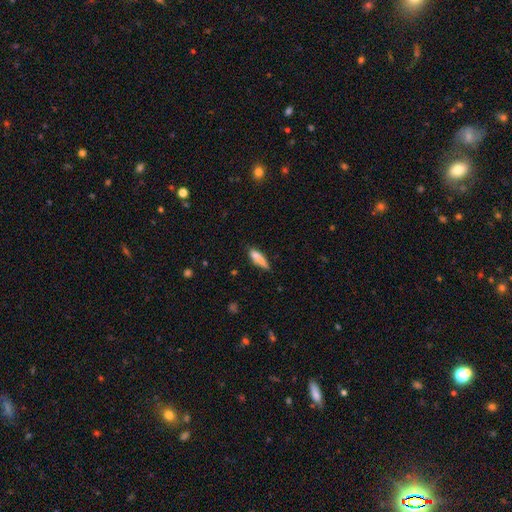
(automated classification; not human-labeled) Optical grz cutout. It shows a smooth galaxy with no disk features (73%) that is cigar-shaped (67%). Merging: none (60%).